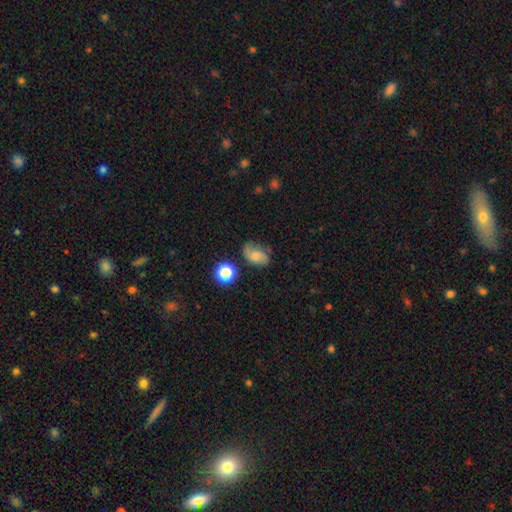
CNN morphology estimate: smooth 58%, featured or disk 29%, star or artifact 13%. Down the decision tree: how rounded — in between (79%); merging — none (58%).